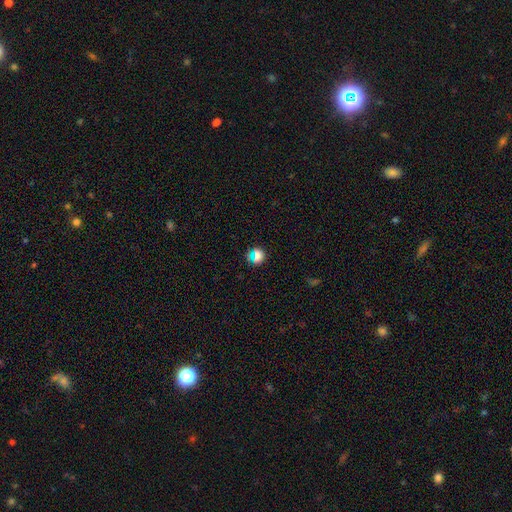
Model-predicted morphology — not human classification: Smooth or featured?
  - smooth: 67% *
  - star or artifact: 26%
  - featured or disk: 7%
How rounded?
  - round: 85% *
  - in between: 13%
  - cigar-shaped: 2%
Merging?
  - none: 82% *
  - minor disturbance: 11%
  - major disturbance: 4%
  - merger: 3%